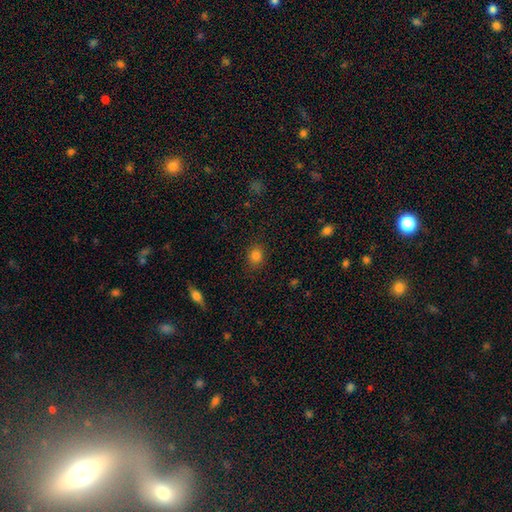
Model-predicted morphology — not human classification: smooth 82%, star or artifact 12%, featured or disk 5%. Down the decision tree: how rounded — round (62%); merging — none (87%).